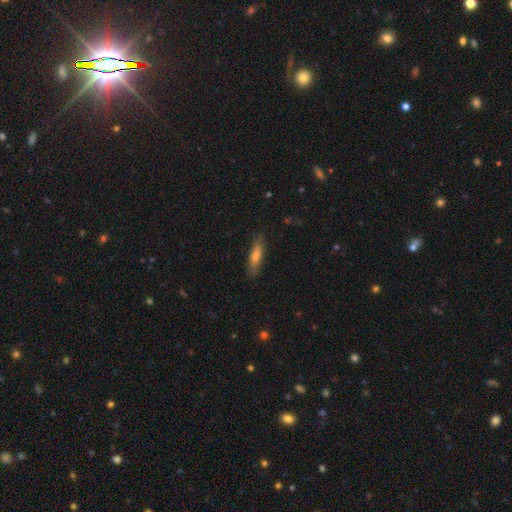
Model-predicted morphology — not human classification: type=smooth (67%); roundness=cigar-shaped (74%); merging=none (84%).